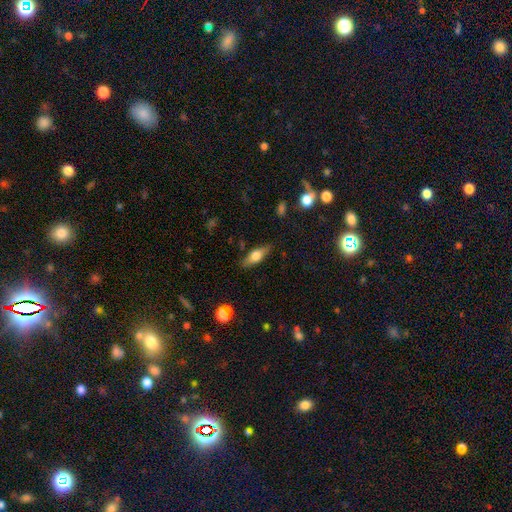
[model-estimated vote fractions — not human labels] Smooth or featured? smooth (59%)
How rounded? in between (64%)
Merging? none (83%)